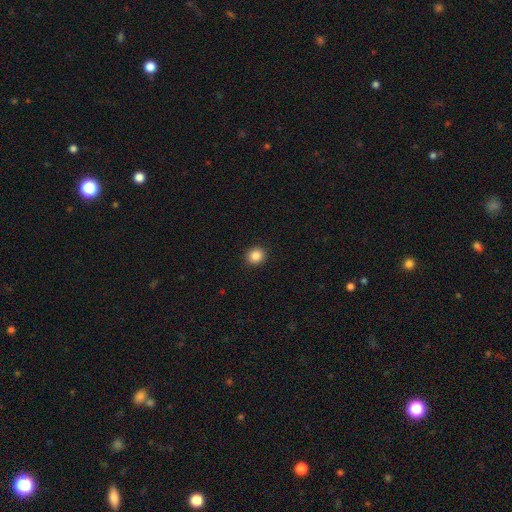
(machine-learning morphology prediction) type=smooth (87%); roundness=round (83%); merging=none (92%).